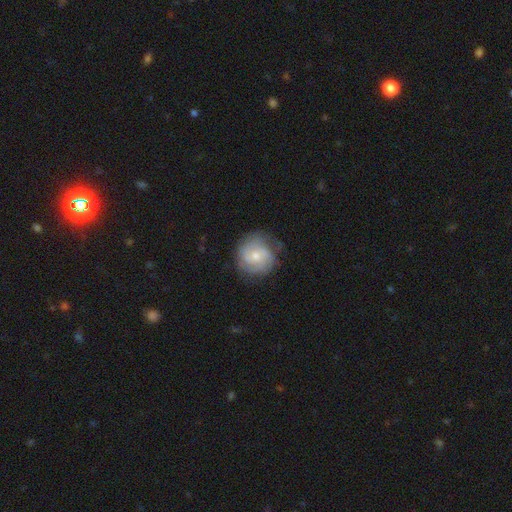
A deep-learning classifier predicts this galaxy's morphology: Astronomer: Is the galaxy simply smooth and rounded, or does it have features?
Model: featured or disk — 64%.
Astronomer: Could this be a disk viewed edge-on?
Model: no — 98%.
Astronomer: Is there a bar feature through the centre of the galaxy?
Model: no — 68%.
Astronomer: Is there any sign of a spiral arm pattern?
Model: yes — 88%.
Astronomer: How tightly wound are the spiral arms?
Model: tight — 54% (runner-up: medium, 34%).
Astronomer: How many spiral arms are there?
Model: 2 — 38% (runner-up: can't tell, 31%).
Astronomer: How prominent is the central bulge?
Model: small — 53% (runner-up: moderate, 42%).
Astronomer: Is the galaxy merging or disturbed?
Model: none — 71%.